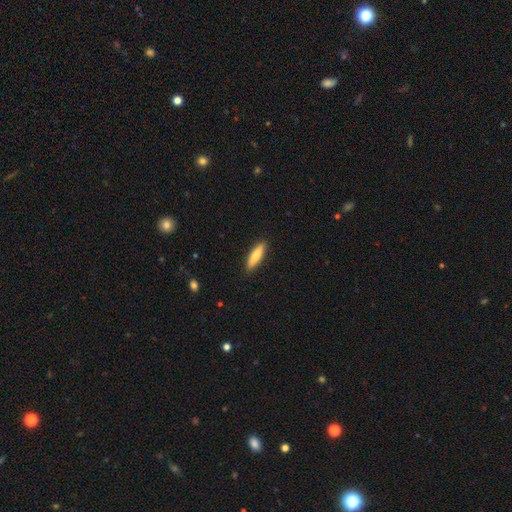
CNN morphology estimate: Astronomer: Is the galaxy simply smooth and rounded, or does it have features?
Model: smooth — 80%.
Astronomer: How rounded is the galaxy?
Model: cigar-shaped — 70%.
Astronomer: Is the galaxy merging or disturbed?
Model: none — 90%.